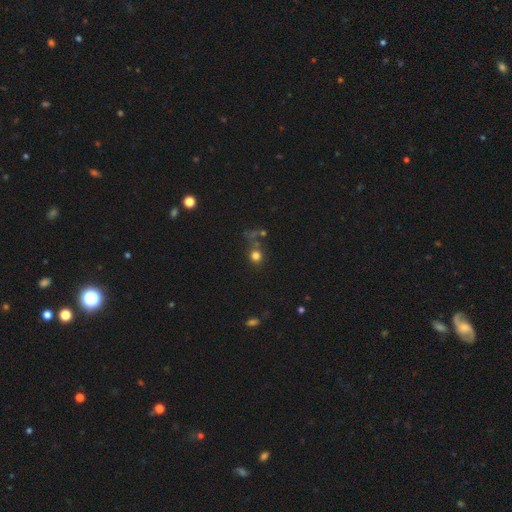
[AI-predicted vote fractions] Smooth or featured? Predicted: smooth (p=0.76). How rounded? Predicted: round (p=0.86). Merging? Predicted: none (p=0.65).